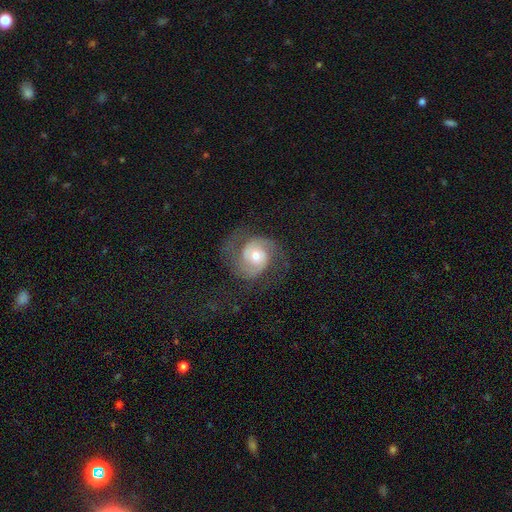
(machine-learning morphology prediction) Smooth or featured? Predicted: featured or disk (p=0.82). Edge-on disk? Predicted: no (p=0.98). Bar? Predicted: no (p=0.64). Spiral arms? Predicted: yes (p=0.95). Spiral winding? Predicted: medium (p=0.50). Spiral arm count? Predicted: 2 (p=0.86). Bulge size? Predicted: moderate (p=0.58). Merging? Predicted: none (p=0.67).